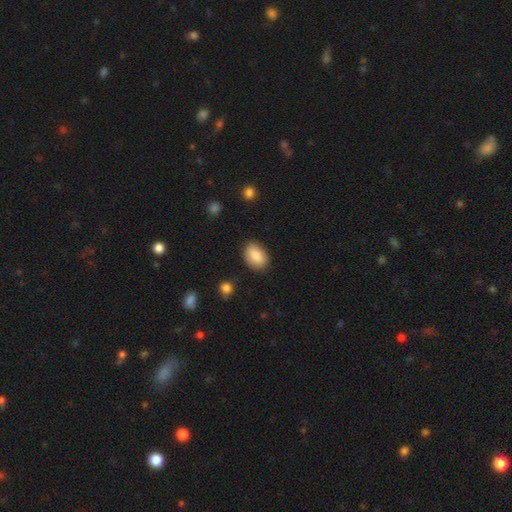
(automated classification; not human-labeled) A smooth galaxy with no disk features (84%) that is in between round and cigar-shaped (85%).

Vote fractions:
- Smooth or featured? smooth: 84% / featured or disk: 9% / star or artifact: 7%
- How rounded? in between: 85% / round: 13% / cigar-shaped: 1%
- Merging? none: 85% / minor disturbance: 11% / major disturbance: 2% / merger: 1%